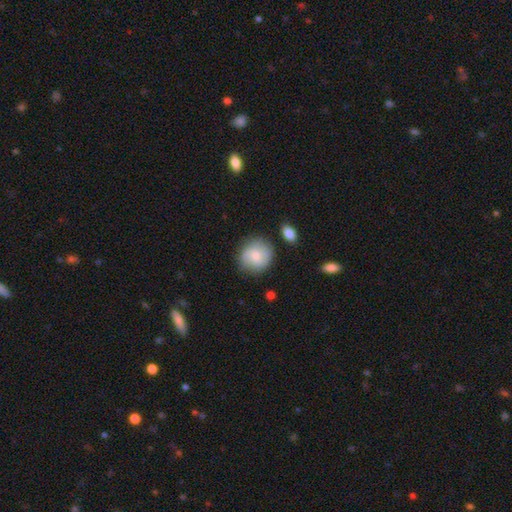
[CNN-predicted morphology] This is likely a smooth galaxy (67%). How rounded: clearly round (86%). Merging: likely none (78%).